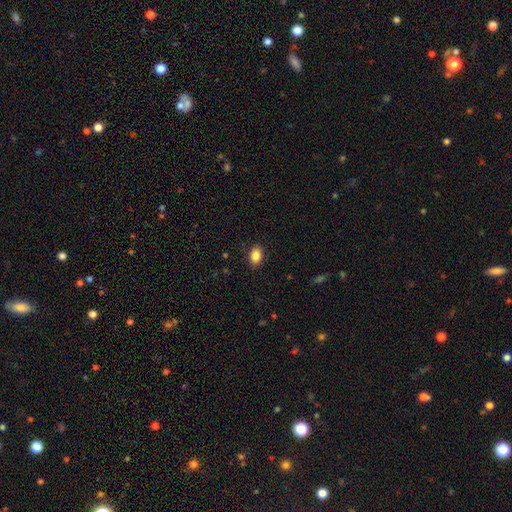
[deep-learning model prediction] A smooth galaxy with no disk features (86%) that is in between round and cigar-shaped (81%).

Vote fractions:
- Smooth or featured? smooth: 86% / star or artifact: 8% / featured or disk: 6%
- How rounded? in between: 81% / round: 18% / cigar-shaped: 1%
- Merging? none: 88% / minor disturbance: 9% / major disturbance: 2% / merger: 1%